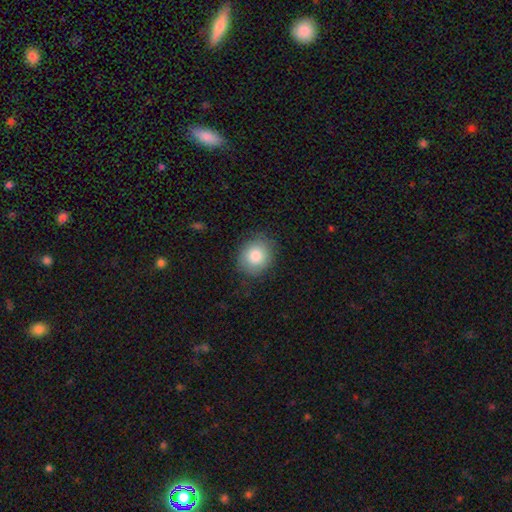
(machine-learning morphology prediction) Smooth or featured?
  - smooth: 82% *
  - featured or disk: 10%
  - star or artifact: 8%
How rounded?
  - round: 71% *
  - in between: 28%
  - cigar-shaped: 1%
Merging?
  - none: 82% *
  - minor disturbance: 13%
  - major disturbance: 3%
  - merger: 1%